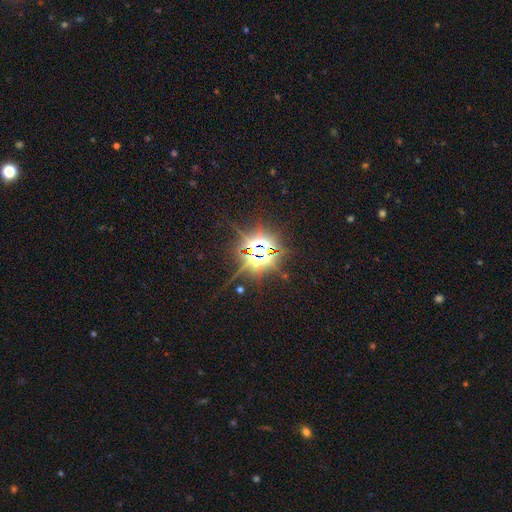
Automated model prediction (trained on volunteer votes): Overall: star or artifact (85%).